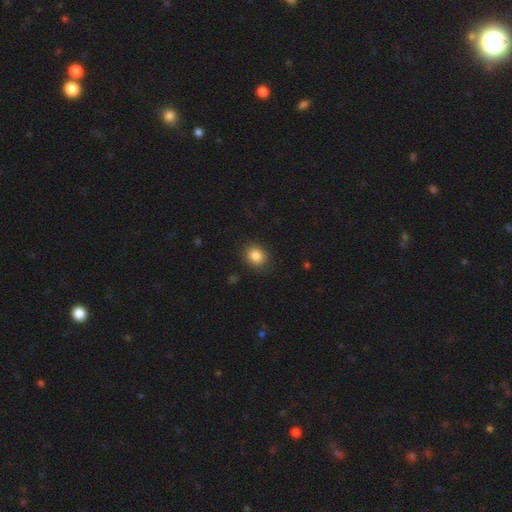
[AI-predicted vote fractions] smooth-or-featured: smooth: 85% | star or artifact: 10% | featured or disk: 5%
  how-rounded: round: 54% | in between: 45% | cigar-shaped: 1%
  merging: none: 85% | minor disturbance: 10% | major disturbance: 3% | merger: 1%